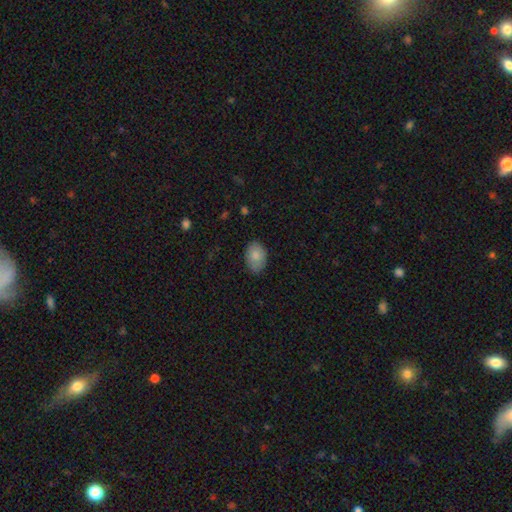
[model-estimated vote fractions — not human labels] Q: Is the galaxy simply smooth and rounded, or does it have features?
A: smooth — 85%.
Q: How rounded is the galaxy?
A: in between — 85%.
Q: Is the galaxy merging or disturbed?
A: none — 80%.